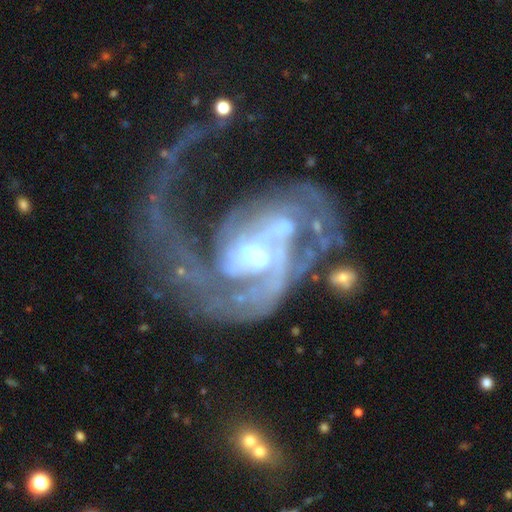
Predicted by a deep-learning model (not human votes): Morphology: type=featured or disk (90%); edge-on=no (98%); bar=weak (45%); spiral arms=yes (94%); winding=medium (43%); arm count=2 (42%); bulge=moderate (53%); merging=major disturbance (59%).